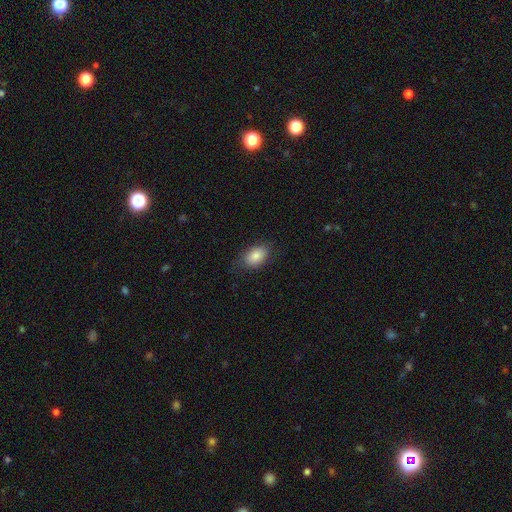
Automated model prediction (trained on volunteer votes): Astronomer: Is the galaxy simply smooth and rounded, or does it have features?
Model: smooth — 85%.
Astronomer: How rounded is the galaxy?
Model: in between — 88%.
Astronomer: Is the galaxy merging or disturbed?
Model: none — 78%.